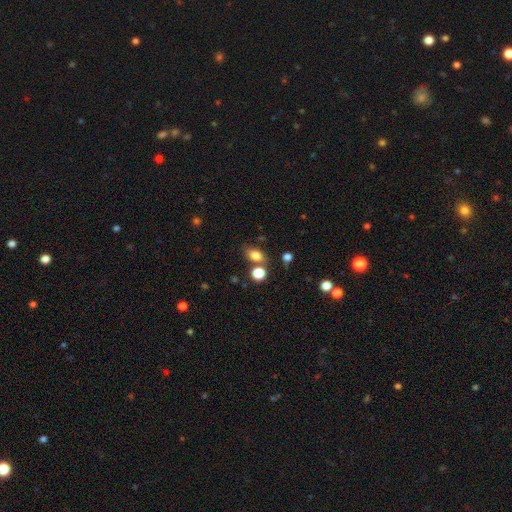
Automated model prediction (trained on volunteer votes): Morphology: type=smooth (80%); roundness=in between (77%); merging=none (68%).